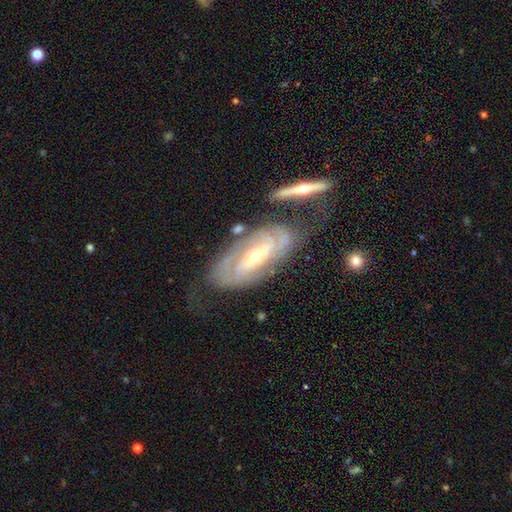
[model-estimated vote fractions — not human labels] Overall: featured or disk (85%). Edge-on disk: no (90%). Bar: no (38%; weak 34%). Spiral arms: yes (92%). Spiral arm count: 2 (51%; can't tell 31%). Spiral winding: tight (67%). Bulge size: small (52%; moderate 45%). Merging: none (60%; minor disturbance 20%).